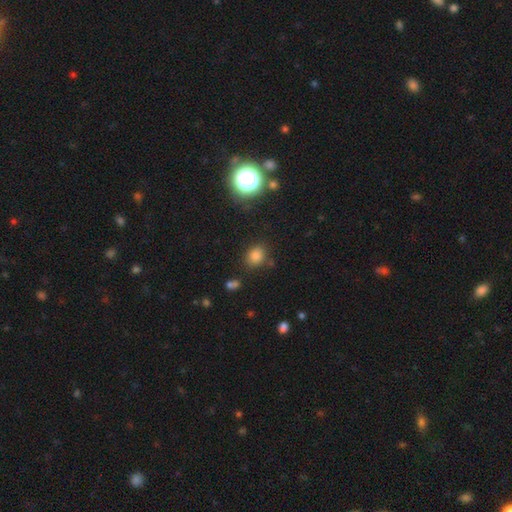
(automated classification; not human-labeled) smooth 77%, star or artifact 17%, featured or disk 6%. Down the decision tree: how rounded — round (59%); merging — none (80%).